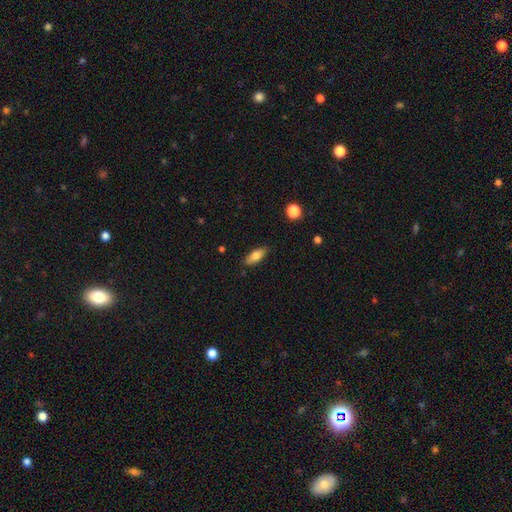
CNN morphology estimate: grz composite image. It shows a smooth galaxy with no disk features (76%) that is in between round and cigar-shaped (76%). Merging: none (86%).